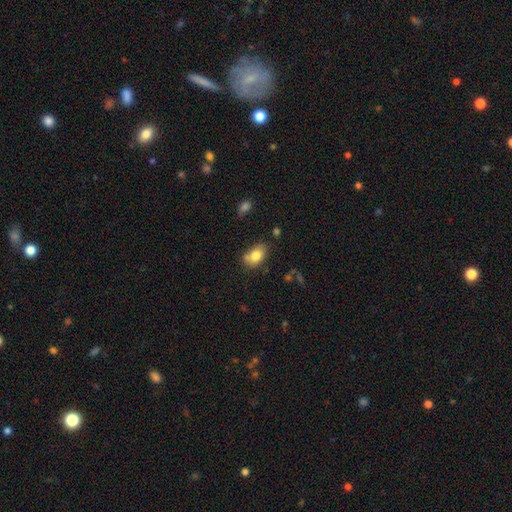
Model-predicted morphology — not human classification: Overall: smooth (80%). How rounded: in between (85%). Merging: none (59%; minor disturbance 26%).